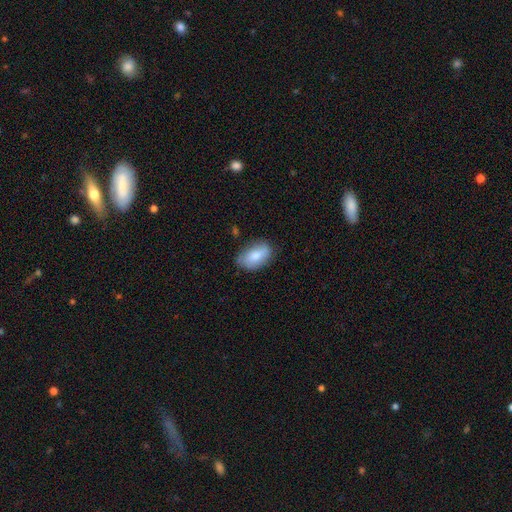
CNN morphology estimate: A smooth galaxy with no disk features (77%) that is in between round and cigar-shaped (92%).

Vote fractions:
- Smooth or featured? smooth: 77% / featured or disk: 16% / star or artifact: 6%
- How rounded? in between: 92% / round: 6% / cigar-shaped: 2%
- Merging? none: 72% / minor disturbance: 22% / major disturbance: 4% / merger: 2%